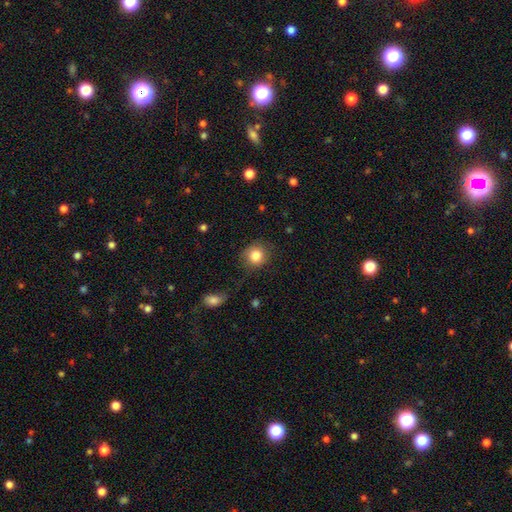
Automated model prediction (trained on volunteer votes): Smooth or featured? Predicted: smooth (p=0.83). How rounded? Predicted: round (p=0.85). Merging? Predicted: none (p=0.77).